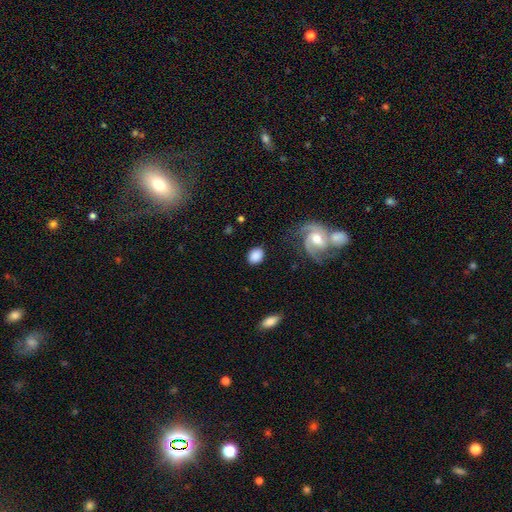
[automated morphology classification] Smooth or featured: smooth — 80% (featured or disk — 13%)
How rounded: in between — 52% (round — 46%)
Merging: none — 79% (minor disturbance — 12%)